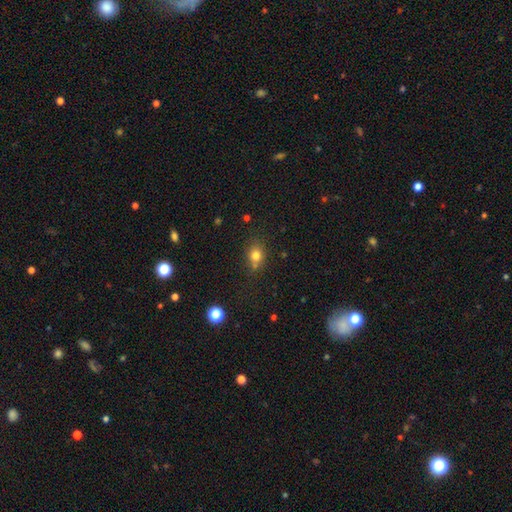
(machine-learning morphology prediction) Smooth or featured? Predicted: smooth (p=0.78). How rounded? Predicted: round (p=0.54). Merging? Predicted: none (p=0.64).